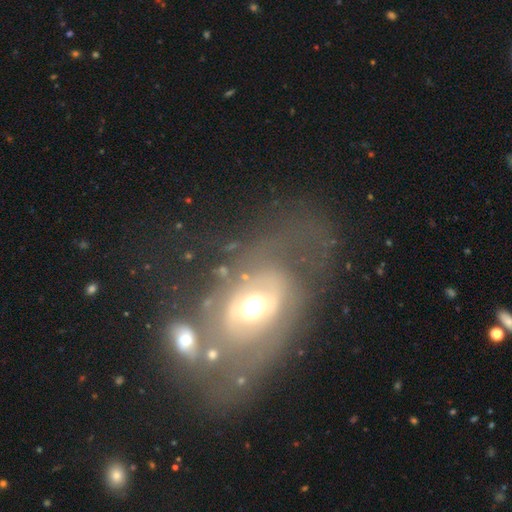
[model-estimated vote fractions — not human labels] smooth-or-featured: featured or disk: 72% | smooth: 19% | star or artifact: 9%
  disk-edge-on: no: 93% | yes: 7%
    bar: no: 58% | weak: 30% | strong: 13%
    has-spiral-arms: yes: 56% | no: 44%
    bulge-size: moderate: 63% | small: 22% | large: 12% | dominant: 2% | none: 1%
  merging: none: 53% | major disturbance: 18% | minor disturbance: 17% | merger: 12%